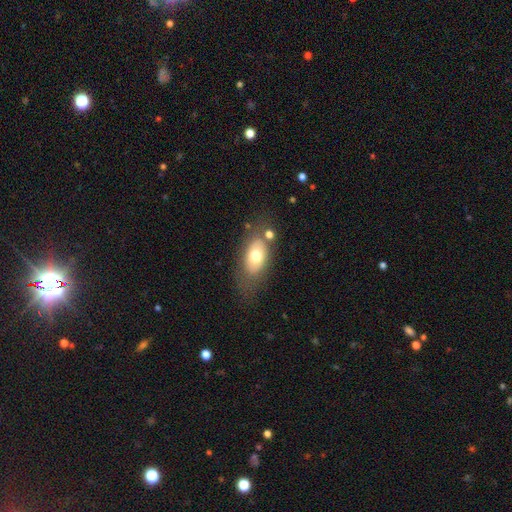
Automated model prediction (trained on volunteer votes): The model was most divided on "smooth or featured": smooth: 68%, featured or disk: 24%, star or artifact: 8%. More confident: how rounded — in between (86%); merging — none (62%).